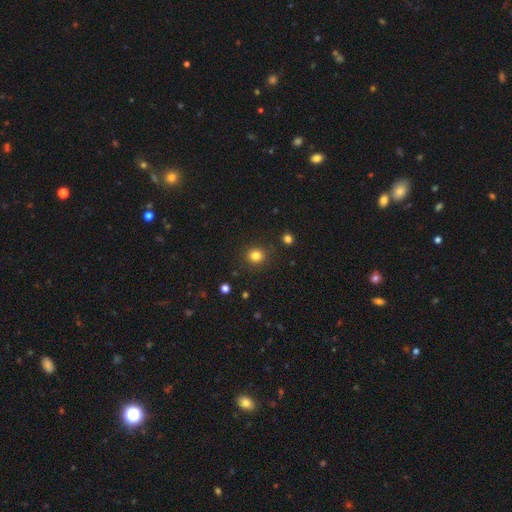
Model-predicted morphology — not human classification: smooth-or-featured: smooth: 82% | star or artifact: 13% | featured or disk: 5%
  how-rounded: round: 83% | in between: 16% | cigar-shaped: 1%
  merging: none: 88% | minor disturbance: 8% | major disturbance: 3% | merger: 2%